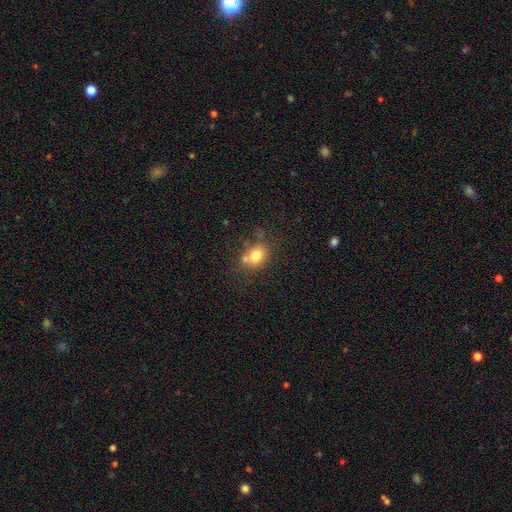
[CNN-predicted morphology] Smooth or featured: smooth — 77% (star or artifact — 12%)
How rounded: round — 59% (in between — 40%)
Merging: none — 58% (merger — 21%)